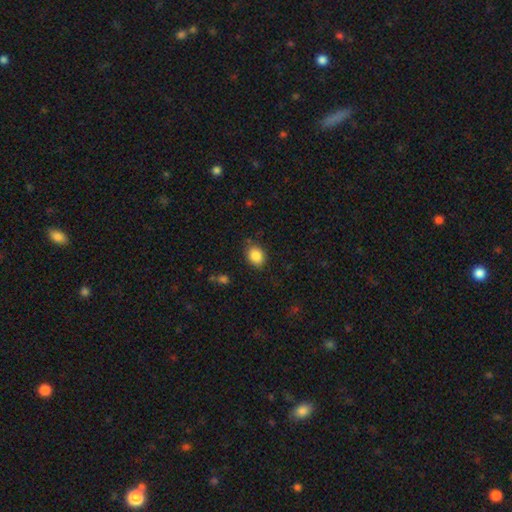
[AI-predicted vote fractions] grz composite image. It shows a smooth galaxy with no disk features (86%) that is in between round and cigar-shaped (59%). Merging: none (80%).